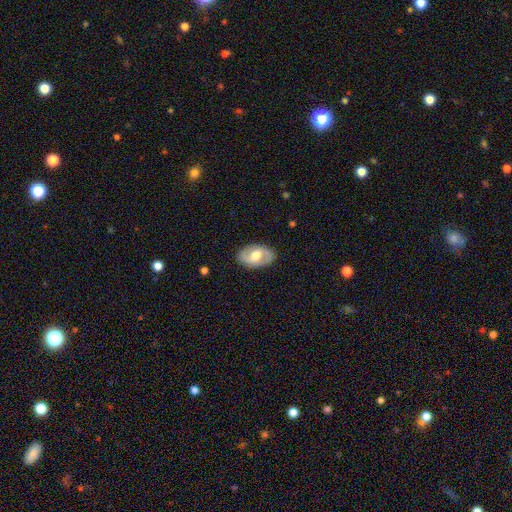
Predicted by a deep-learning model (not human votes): A featured or disk galaxy (65%) with a weak bar (46%), spiral arms (76%) and a moderate central bulge (68%). Merging: none (85%).